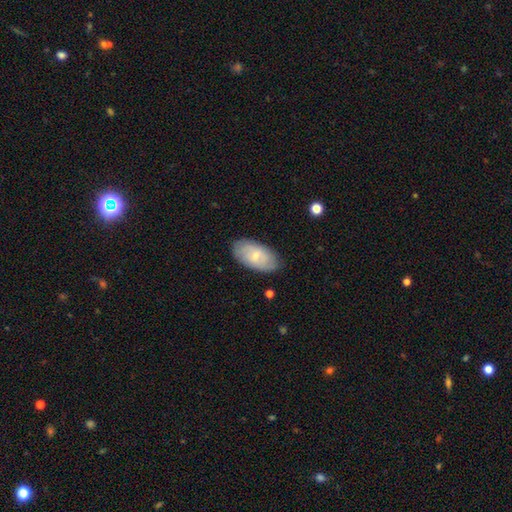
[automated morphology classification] A smooth galaxy with no disk features (62%) that is in between round and cigar-shaped (94%). Merging: none (82%).